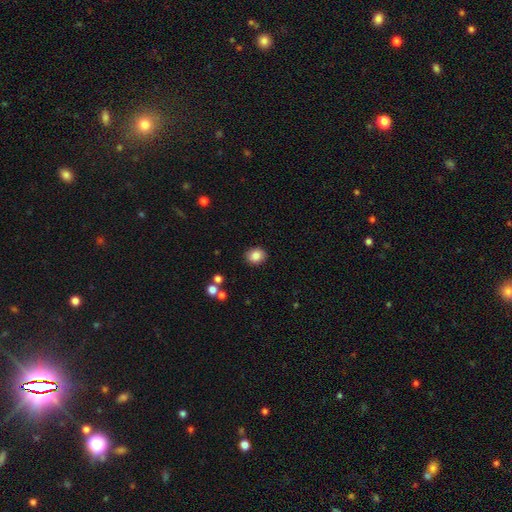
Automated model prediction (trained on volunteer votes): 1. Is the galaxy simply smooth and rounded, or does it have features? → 86% smooth, 9% star or artifact, 5% featured or disk.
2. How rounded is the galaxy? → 65% round, 34% in between, 1% cigar-shaped.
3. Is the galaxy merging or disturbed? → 88% none, 8% minor disturbance, 2% major disturbance, 2% merger.